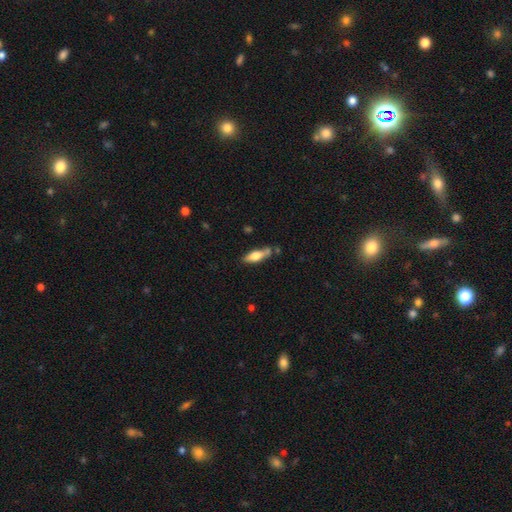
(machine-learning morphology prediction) Smooth or featured: smooth — 64% (featured or disk — 30%)
How rounded: in between — 55% (cigar-shaped — 43%)
Merging: none — 65% (minor disturbance — 21%)